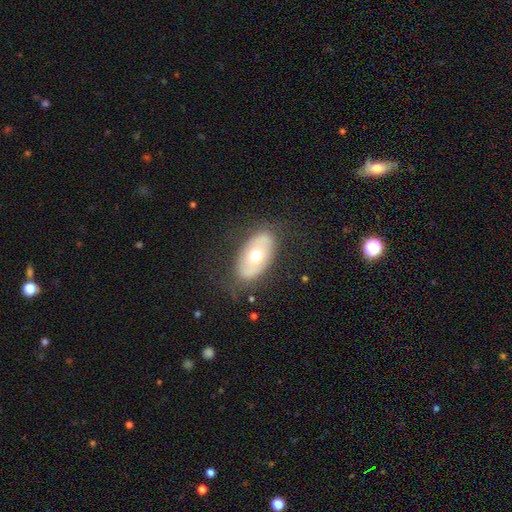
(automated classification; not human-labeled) This is possibly a smooth galaxy (49%). Merging: likely none (78%).